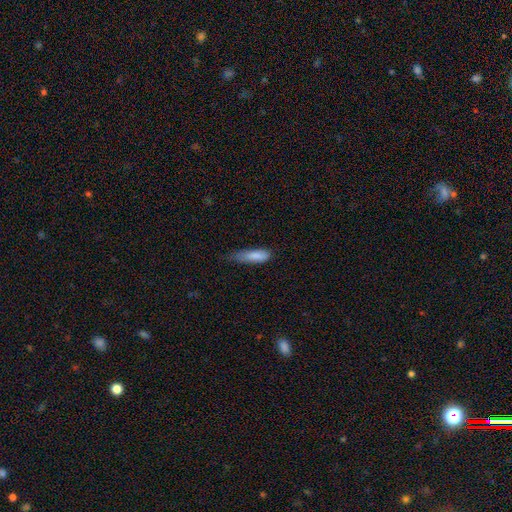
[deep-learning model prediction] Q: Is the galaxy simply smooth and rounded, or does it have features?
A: smooth — 84%.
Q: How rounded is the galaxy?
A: cigar-shaped — 55%.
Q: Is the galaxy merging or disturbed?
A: minor disturbance — 47%.